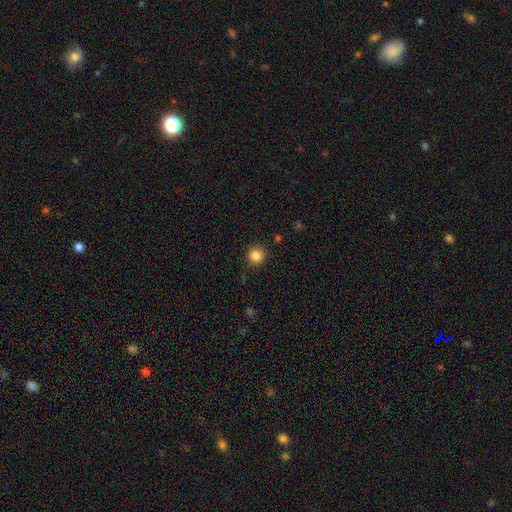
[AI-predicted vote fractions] A smooth galaxy with no disk features (86%) that is round (95%). Merging: none (89%).